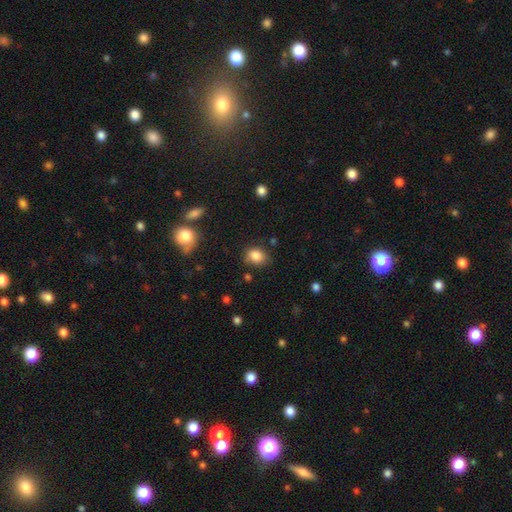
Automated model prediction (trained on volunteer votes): A smooth galaxy with no disk features (84%) that is round (53%).

Vote fractions:
- Smooth or featured? smooth: 84% / star or artifact: 10% / featured or disk: 6%
- How rounded? round: 53% / in between: 46% / cigar-shaped: 1%
- Merging? none: 75% / minor disturbance: 18% / major disturbance: 4% / merger: 3%